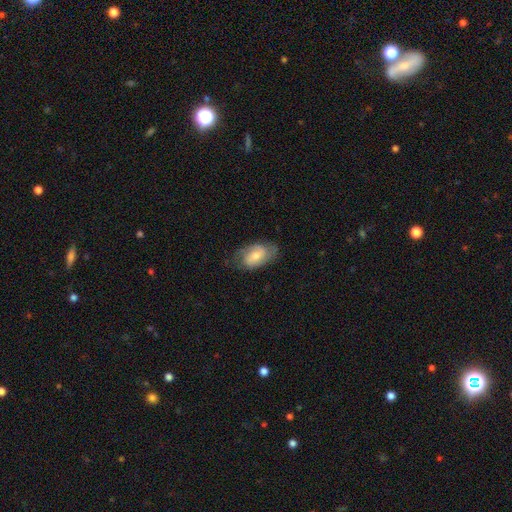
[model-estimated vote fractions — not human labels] Morphology: type=smooth (48%); merging=none (67%).